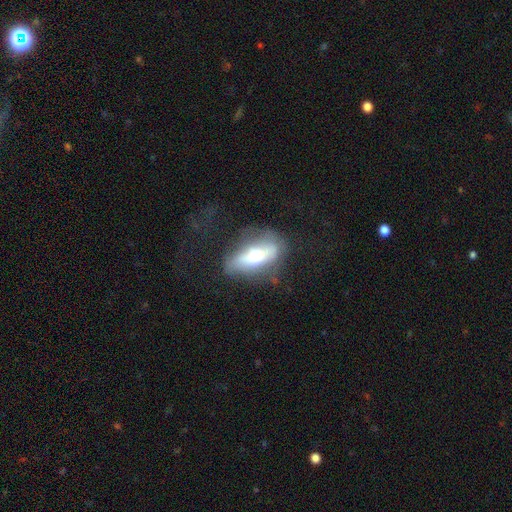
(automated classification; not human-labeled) Smooth or featured: featured or disk — 48% (smooth — 44%)
Merging: none — 56% (minor disturbance — 22%)